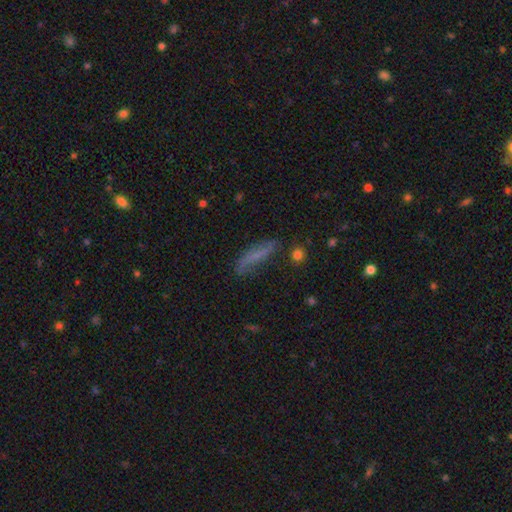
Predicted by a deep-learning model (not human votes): smooth-or-featured: smooth: 46% | featured or disk: 43% | star or artifact: 11%
  merging: none: 62% | minor disturbance: 25% | major disturbance: 10% | merger: 4%